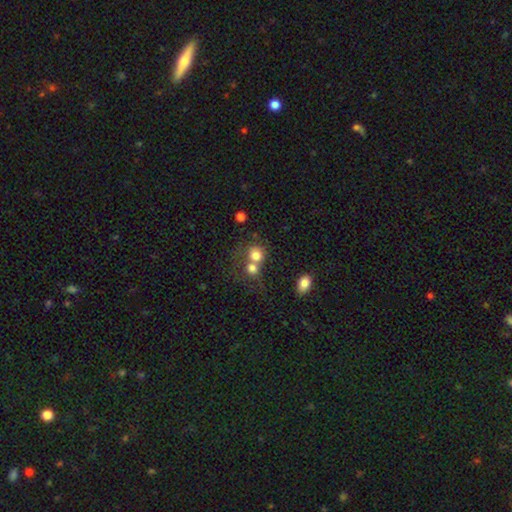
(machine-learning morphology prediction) Smooth or featured: smooth — 77% (star or artifact — 12%)
How rounded: round — 76% (in between — 23%)
Merging: merger — 52% (none — 35%)